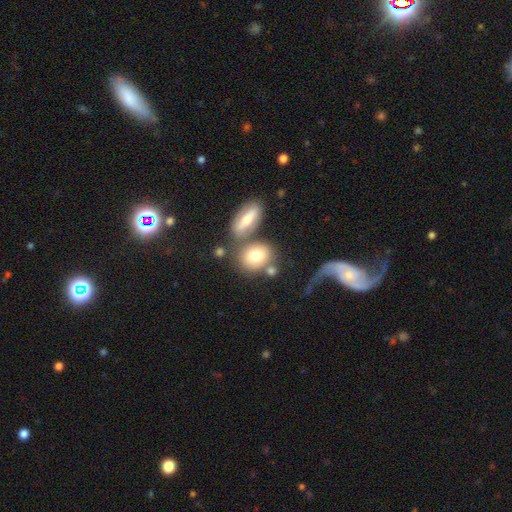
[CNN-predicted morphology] smooth-or-featured: smooth: 74% | featured or disk: 18% | star or artifact: 8%
  how-rounded: in between: 50% | round: 48% | cigar-shaped: 2%
  merging: none: 51% | merger: 30% | minor disturbance: 12% | major disturbance: 7%